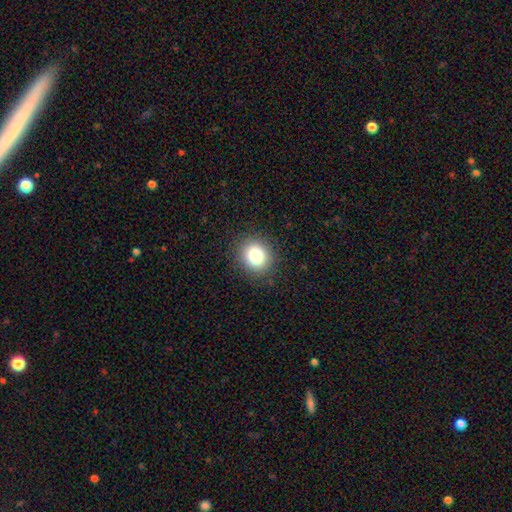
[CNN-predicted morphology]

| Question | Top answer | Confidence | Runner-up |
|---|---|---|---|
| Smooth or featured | smooth | 82% | star or artifact (11%) |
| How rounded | round | 77% | in between (22%) |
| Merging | none | 89% | minor disturbance (7%) |